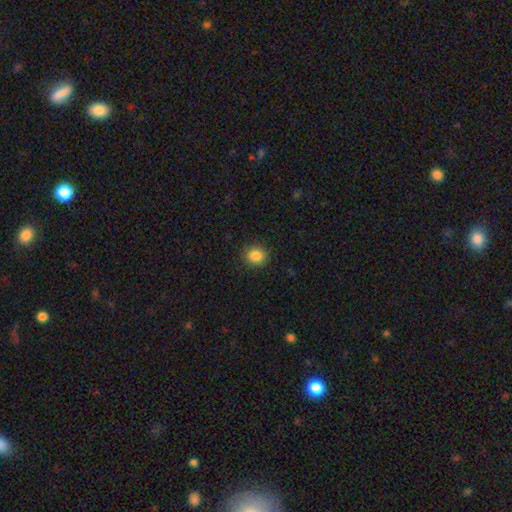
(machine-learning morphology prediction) Smooth or featured? Predicted: smooth (p=0.85). How rounded? Predicted: round (p=0.79). Merging? Predicted: none (p=0.90).